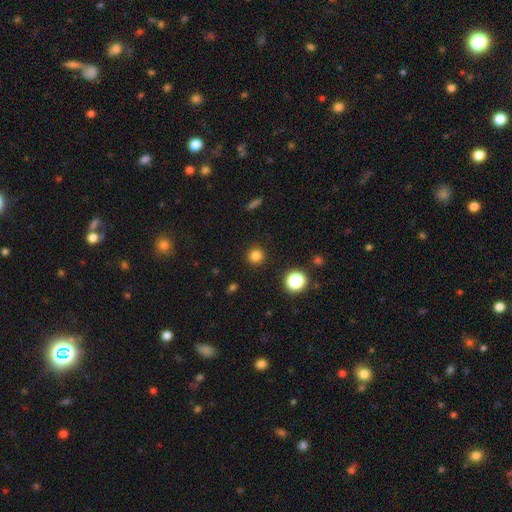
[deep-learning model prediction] Smooth or featured? Predicted: smooth (p=0.81). How rounded? Predicted: round (p=0.94). Merging? Predicted: none (p=0.91).